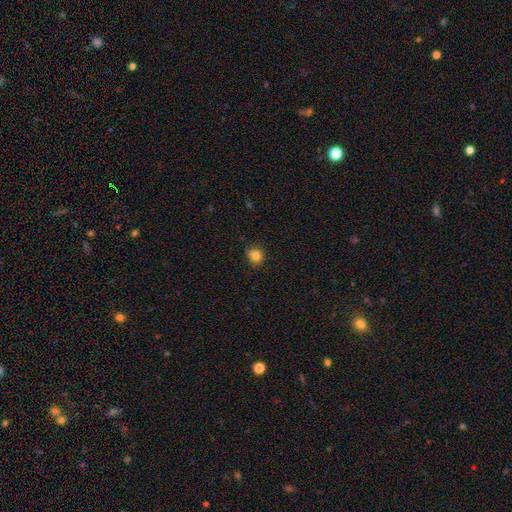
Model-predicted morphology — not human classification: smooth-or-featured: smooth: 83% | star or artifact: 12% | featured or disk: 6%
  how-rounded: round: 73% | in between: 26% | cigar-shaped: 1%
  merging: none: 75% | minor disturbance: 20% | major disturbance: 4% | merger: 2%